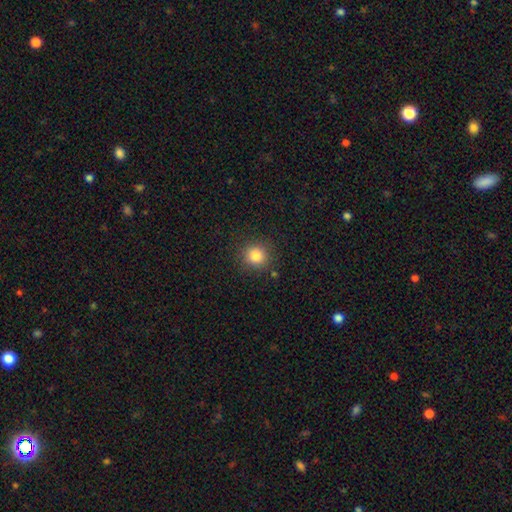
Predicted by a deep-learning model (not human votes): smooth_or_featured: smooth (p=0.83) [alt: star or artifact p=0.12]
how_rounded: round (p=0.90) [alt: in between p=0.09]
merging: none (p=0.88) [alt: minor disturbance p=0.07]